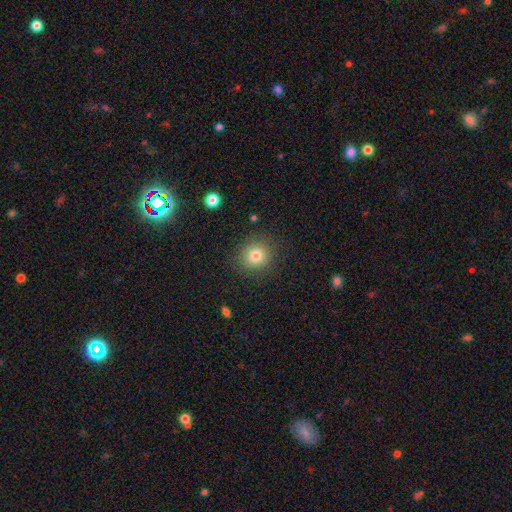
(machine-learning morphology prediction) smooth_or_featured: smooth (p=0.79) [alt: star or artifact p=0.12]
how_rounded: round (p=0.88) [alt: in between p=0.11]
merging: none (p=0.87) [alt: minor disturbance p=0.08]